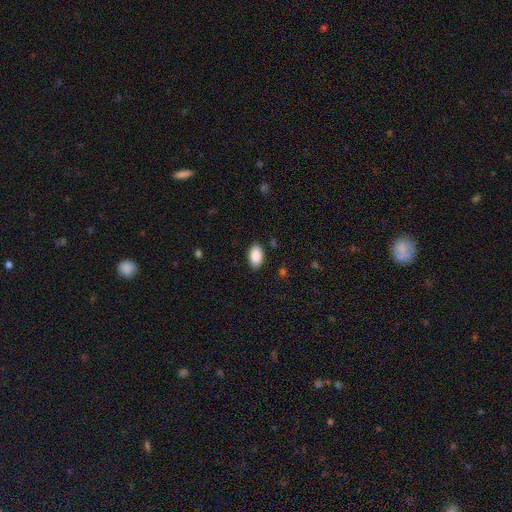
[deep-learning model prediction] Q: Smooth or featured?
A: smooth (90%); runner-up: star or artifact (6%)
Q: How rounded?
A: in between (95%); runner-up: round (4%)
Q: Merging?
A: none (87%); runner-up: minor disturbance (9%)